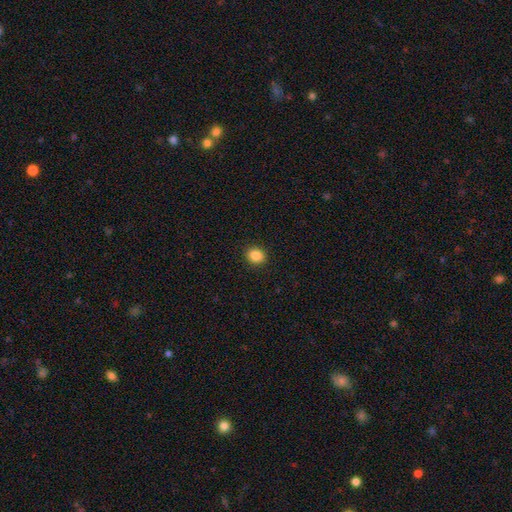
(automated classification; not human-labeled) smooth 87%, star or artifact 10%, featured or disk 4%. Down the decision tree: how rounded — round (68%); merging — none (91%).